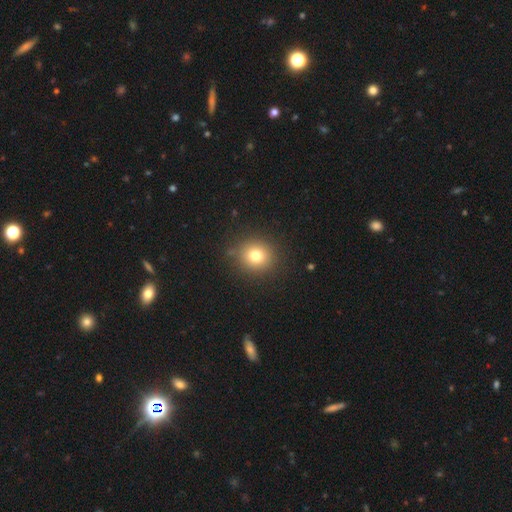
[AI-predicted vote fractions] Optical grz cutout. It shows a smooth galaxy with no disk features (77%) that is round (88%). Merging: none (87%).